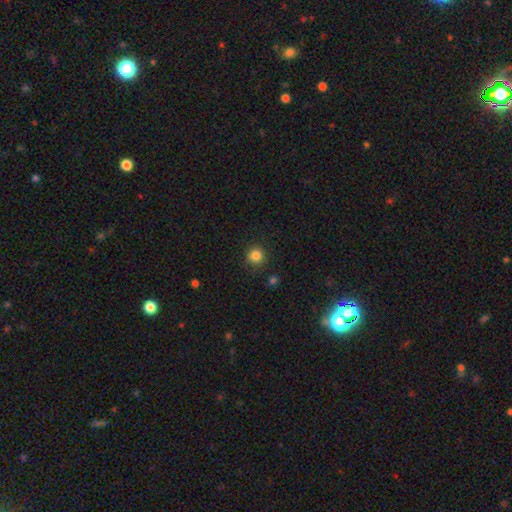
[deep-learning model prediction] smooth_or_featured: smooth (p=0.84) [alt: star or artifact p=0.12]
how_rounded: round (p=0.94) [alt: in between p=0.05]
merging: none (p=0.90) [alt: minor disturbance p=0.07]